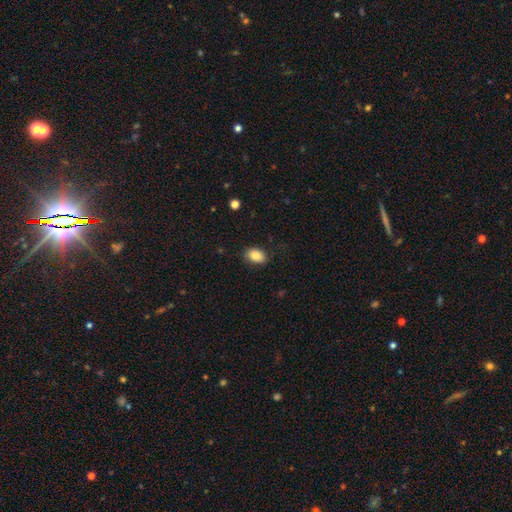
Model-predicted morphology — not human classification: A smooth galaxy with no disk features (87%) that is in between round and cigar-shaped (84%).

Vote fractions:
- Smooth or featured? smooth: 87% / star or artifact: 8% / featured or disk: 5%
- How rounded? in between: 84% / round: 15% / cigar-shaped: 1%
- Merging? none: 84% / minor disturbance: 12% / major disturbance: 3% / merger: 1%